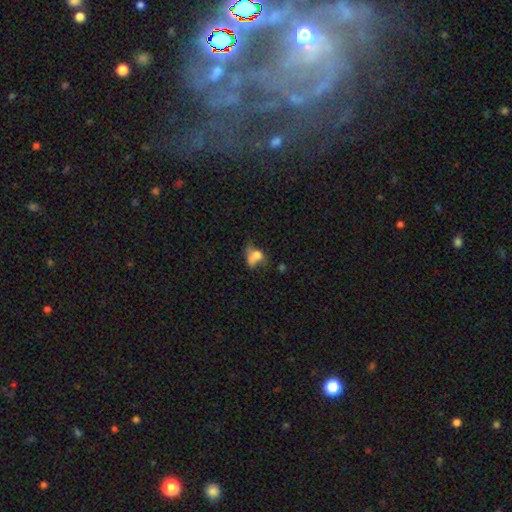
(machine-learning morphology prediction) A smooth galaxy with no disk features (62%) that is in between round and cigar-shaped (68%).

Vote fractions:
- Smooth or featured? smooth: 62% / featured or disk: 24% / star or artifact: 14%
- How rounded? in between: 68% / round: 29% / cigar-shaped: 3%
- Merging? major disturbance: 33% / none: 24% / merger: 22% / minor disturbance: 21%